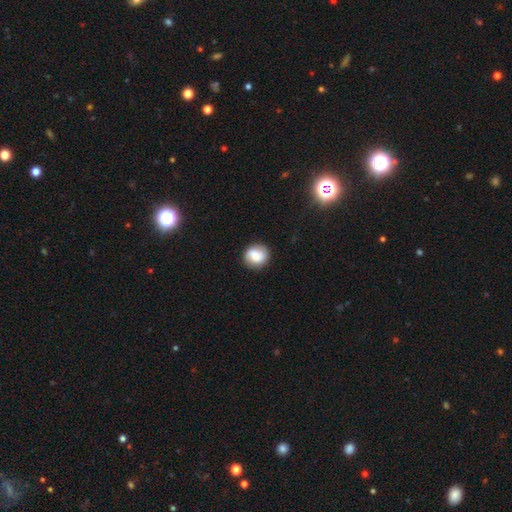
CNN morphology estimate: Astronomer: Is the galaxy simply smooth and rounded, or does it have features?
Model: smooth — 70%.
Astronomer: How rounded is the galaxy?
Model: round — 83%.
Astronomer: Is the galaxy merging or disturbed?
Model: none — 84%.